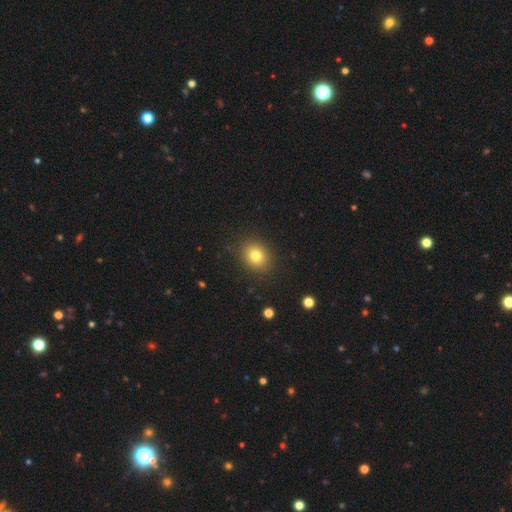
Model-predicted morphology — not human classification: Overall: smooth (78%). How rounded: round (64%; in between 35%). Merging: none (89%).